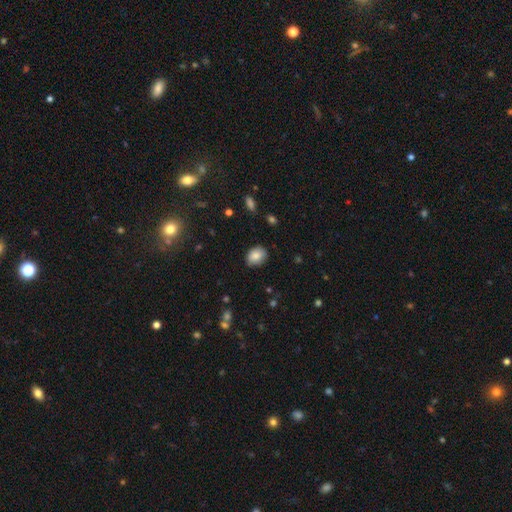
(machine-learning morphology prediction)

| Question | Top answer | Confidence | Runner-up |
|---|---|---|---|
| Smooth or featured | smooth | 85% | star or artifact (8%) |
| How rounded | in between | 61% | round (38%) |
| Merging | none | 81% | minor disturbance (15%) |